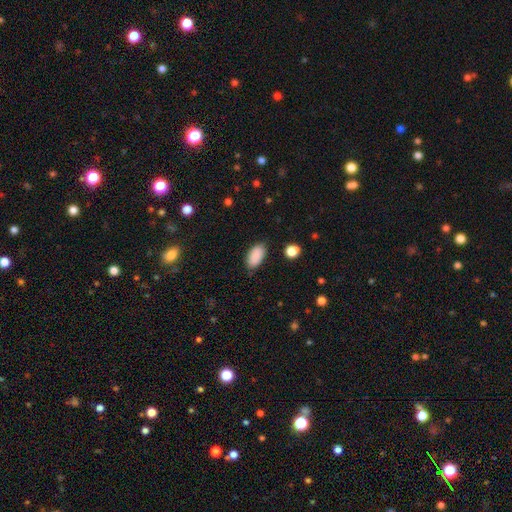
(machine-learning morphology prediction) The model was most divided on "merging": none: 83%, minor disturbance: 13%, major disturbance: 3%, merger: 2%. More confident: how rounded — in between (94%); smooth or featured — smooth (89%).